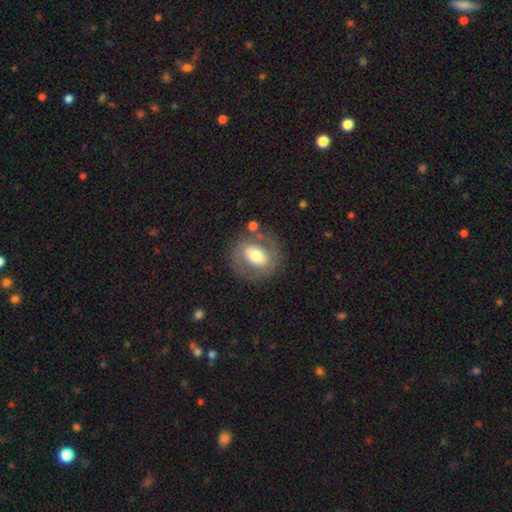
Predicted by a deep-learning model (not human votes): smooth 47%, featured or disk 46%, star or artifact 7%. Down the decision tree: merging — none (75%).